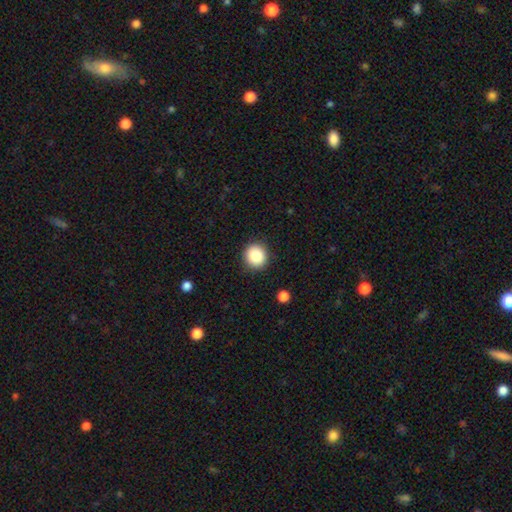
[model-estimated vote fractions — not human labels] Smooth or featured?
  - smooth: 86% *
  - star or artifact: 9%
  - featured or disk: 5%
How rounded?
  - round: 91% *
  - in between: 8%
  - cigar-shaped: 1%
Merging?
  - none: 90% *
  - minor disturbance: 7%
  - major disturbance: 2%
  - merger: 1%